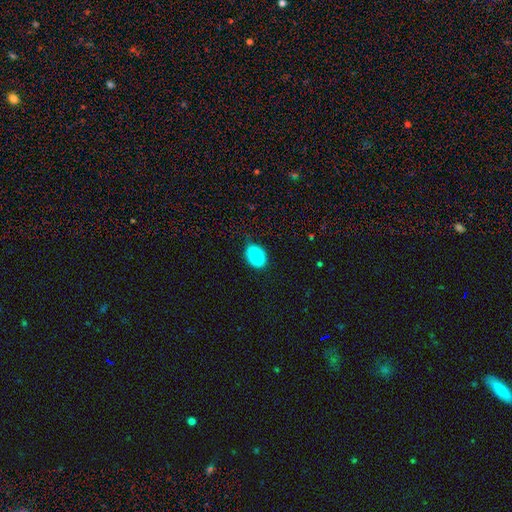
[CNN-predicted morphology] smooth_or_featured: smooth (p=0.83) [alt: featured or disk p=0.10]
how_rounded: in between (p=0.71) [alt: round p=0.28]
merging: none (p=0.76) [alt: minor disturbance p=0.20]